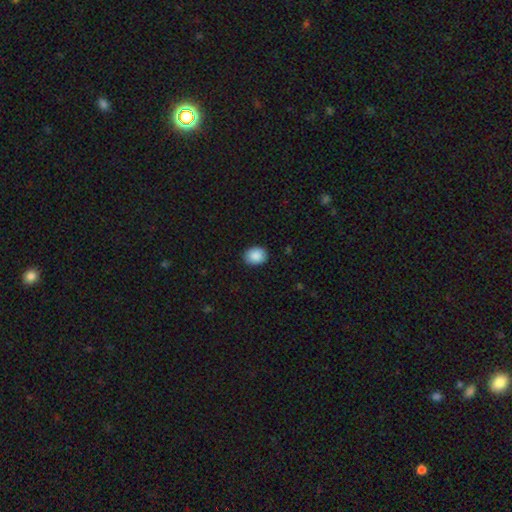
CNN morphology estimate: The model was most divided on "how rounded": in between: 50%, round: 49%, cigar-shaped: 1%. More confident: smooth or featured — smooth (89%); merging — none (89%).